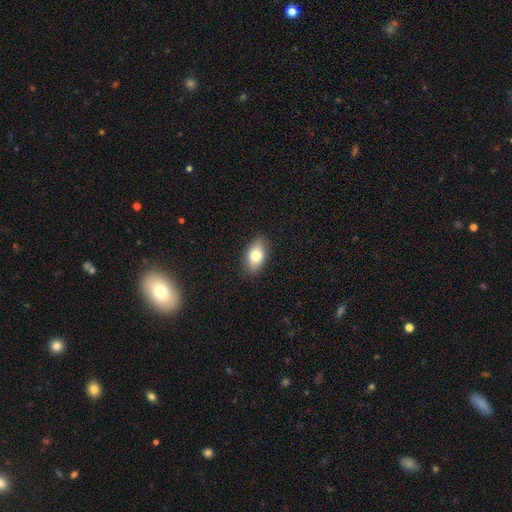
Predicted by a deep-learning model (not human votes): smooth 81%, featured or disk 12%, star or artifact 7%. Down the decision tree: how rounded — in between (91%); merging — none (87%).